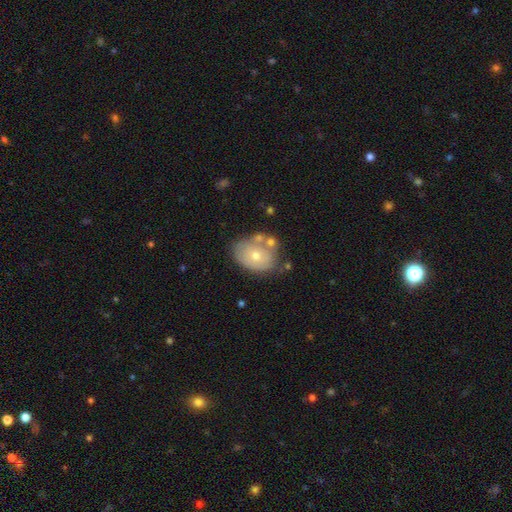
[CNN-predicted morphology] Smooth or featured? smooth (52%)
How rounded? in between (67%)
Merging? none (53%)